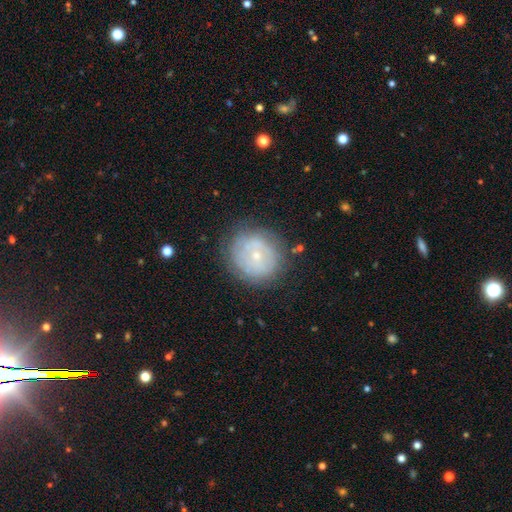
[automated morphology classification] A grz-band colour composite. It shows a featured or disk galaxy (55%) with no bar (75%), spiral arms (53%) and a small central bulge (75%). Merging: none (73%).